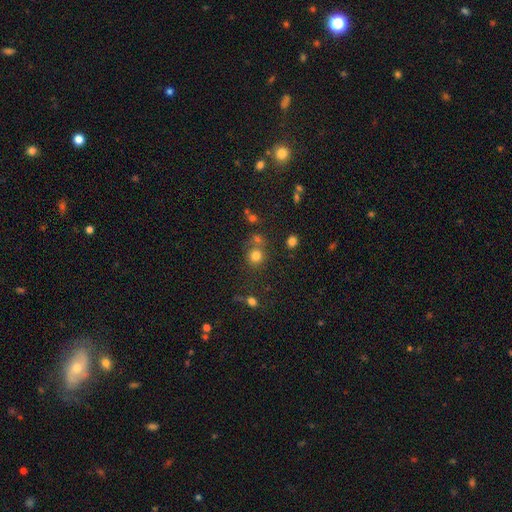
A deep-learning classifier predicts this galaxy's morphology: This is likely a smooth galaxy (76%). How rounded: clearly round (87%). Merging: likely none (64%).